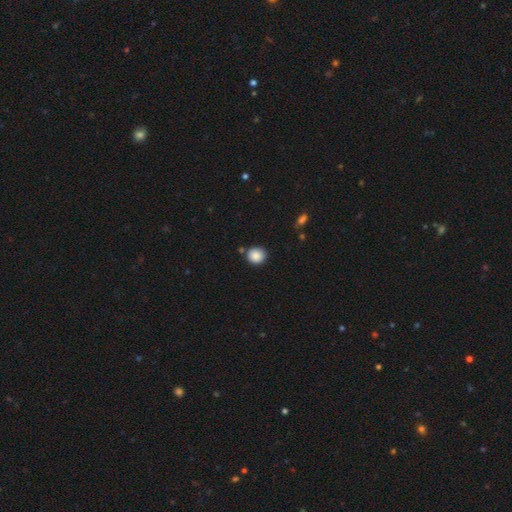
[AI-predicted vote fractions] smooth-or-featured: smooth: 87% | star or artifact: 9% | featured or disk: 4%
  how-rounded: round: 86% | in between: 13% | cigar-shaped: 1%
  merging: none: 81% | minor disturbance: 10% | merger: 6% | major disturbance: 3%